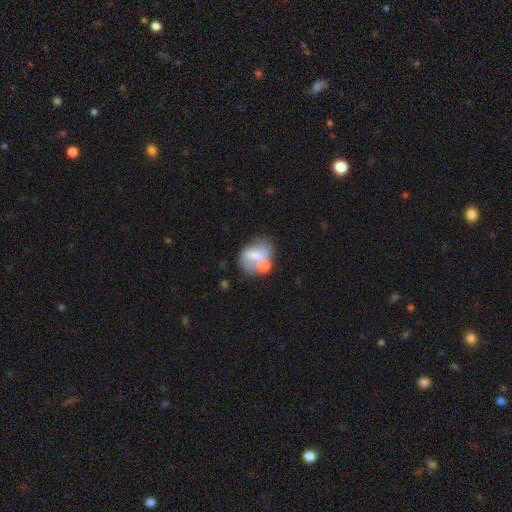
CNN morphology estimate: Q: Smooth or featured?
A: smooth (50%); runner-up: featured or disk (41%)
Q: Merging?
A: none (40%); runner-up: merger (32%)